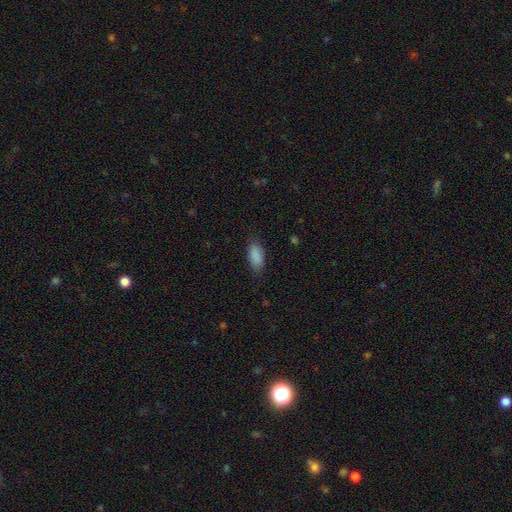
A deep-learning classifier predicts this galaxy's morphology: Q: Smooth or featured?
A: smooth (89%); runner-up: star or artifact (7%)
Q: How rounded?
A: in between (89%); runner-up: cigar-shaped (8%)
Q: Merging?
A: none (81%); runner-up: minor disturbance (14%)